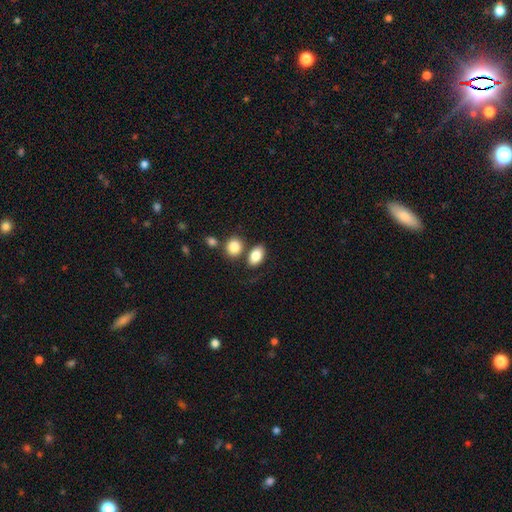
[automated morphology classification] This is clearly a smooth galaxy (85%). How rounded: clearly in between (83%). Merging: likely none (64%).